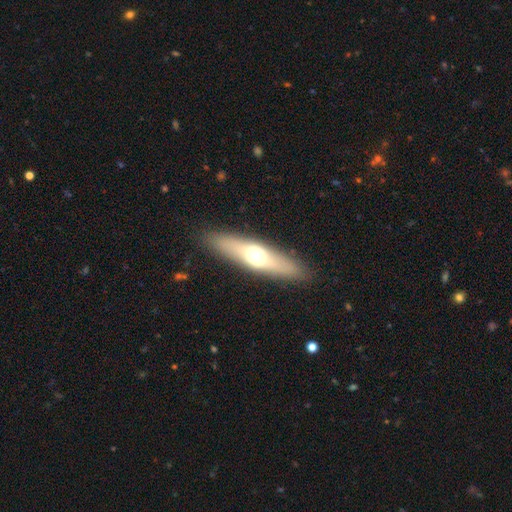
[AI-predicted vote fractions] Overall: featured or disk (47%, tied with smooth). Merging: none (89%).